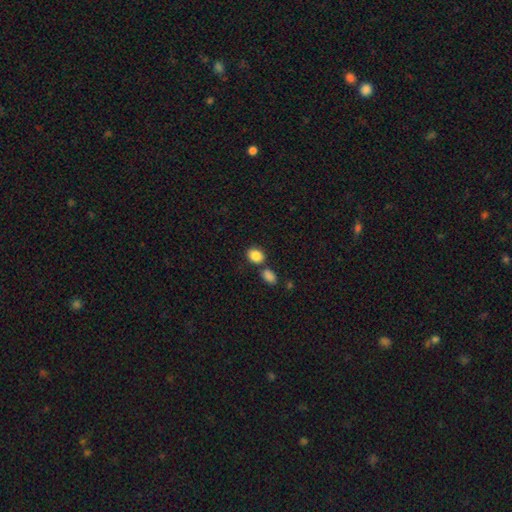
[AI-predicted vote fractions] This appears to be a smooth galaxy with no disk features (86%) that is in between round and cigar-shaped (59%). Merging: none (66%).